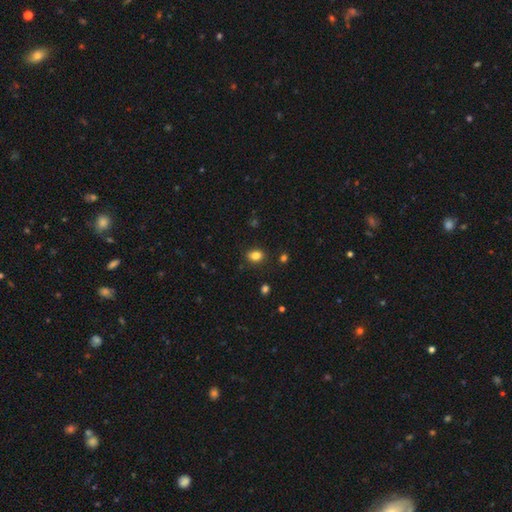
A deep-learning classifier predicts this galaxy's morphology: A smooth galaxy with no disk features (83%) that is in between round and cigar-shaped (62%). Merging: none (85%).